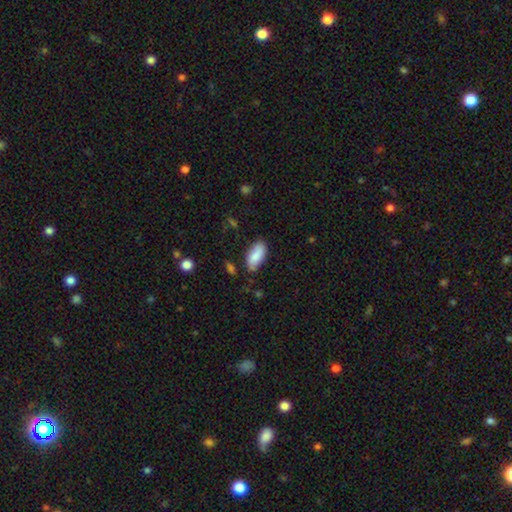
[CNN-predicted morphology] Overall: smooth (82%). How rounded: in between (91%). Merging: none (75%).